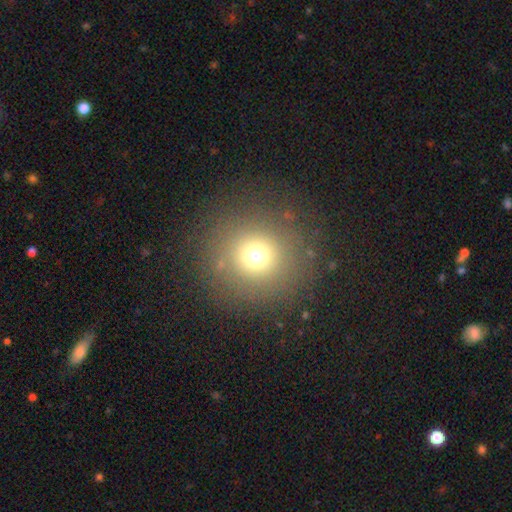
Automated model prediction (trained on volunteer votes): This appears to be a smooth galaxy with no disk features (70%) that is round (92%). Merging: none (86%).